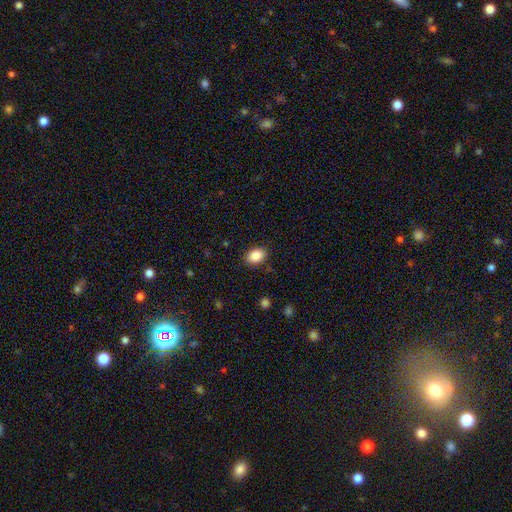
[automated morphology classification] smooth-or-featured: smooth: 88% | star or artifact: 8% | featured or disk: 4%
  how-rounded: in between: 77% | round: 22% | cigar-shaped: 1%
  merging: none: 87% | minor disturbance: 10% | major disturbance: 3% | merger: 1%